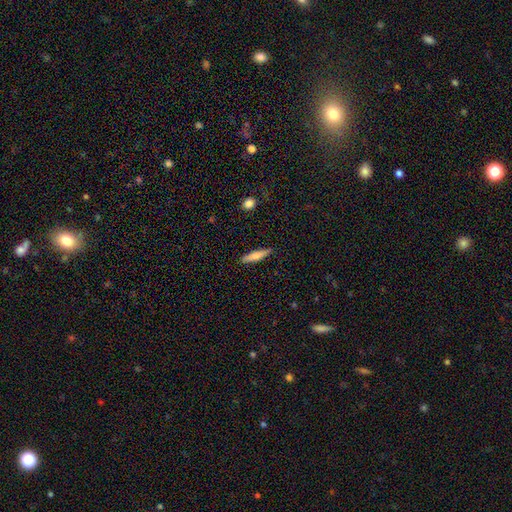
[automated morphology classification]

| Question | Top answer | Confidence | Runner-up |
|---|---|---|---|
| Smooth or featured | smooth | 65% | featured or disk (29%) |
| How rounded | cigar-shaped | 84% | in between (14%) |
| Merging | none | 89% | minor disturbance (8%) |